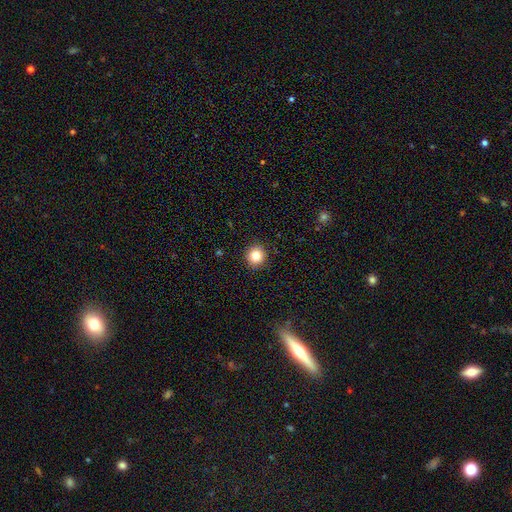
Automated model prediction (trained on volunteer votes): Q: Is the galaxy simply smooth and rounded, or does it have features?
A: smooth — 82%.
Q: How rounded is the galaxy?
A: round — 91%.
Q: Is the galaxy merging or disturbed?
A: none — 92%.